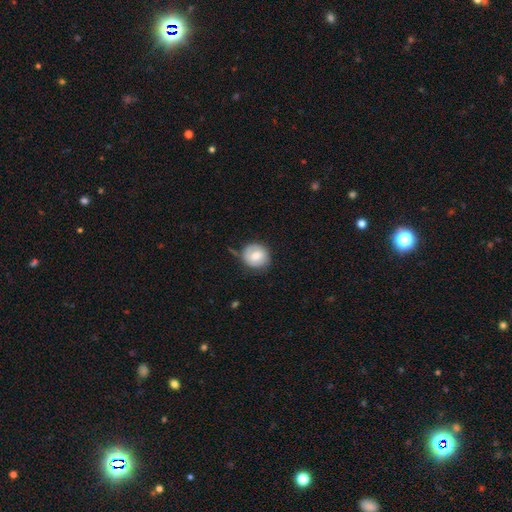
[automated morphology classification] This appears to be a smooth galaxy with no disk features (68%) that is round (85%). Merging: none (69%).